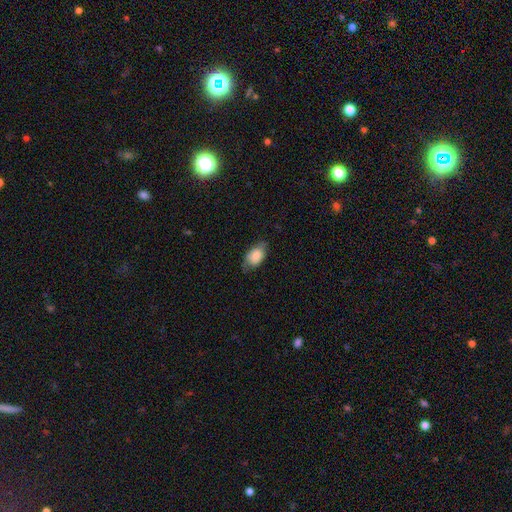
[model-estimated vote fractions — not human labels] A smooth galaxy with no disk features (78%) that is in between round and cigar-shaped (88%). Merging: none (65%).